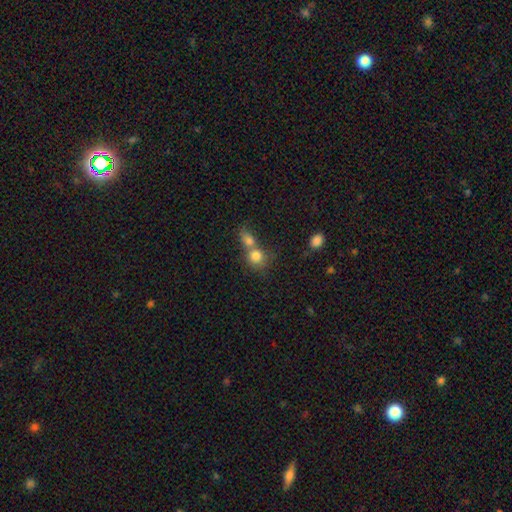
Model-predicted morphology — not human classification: smooth_or_featured: smooth (p=0.79) [alt: featured or disk p=0.11]
how_rounded: round (p=0.76) [alt: in between p=0.23]
merging: merger (p=0.59) [alt: none p=0.30]